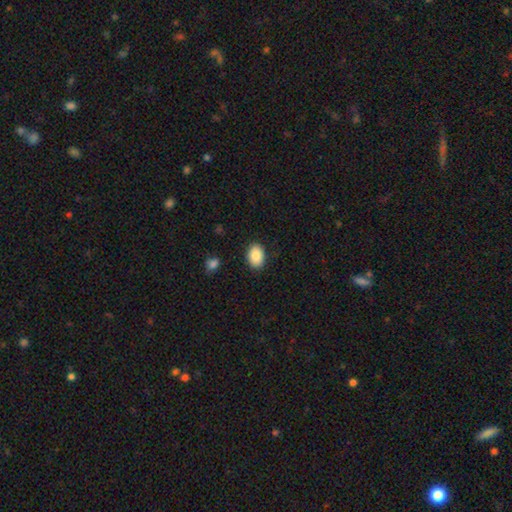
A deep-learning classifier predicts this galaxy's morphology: smooth 87%, star or artifact 7%, featured or disk 6%. Down the decision tree: how rounded — in between (83%); merging — none (88%).